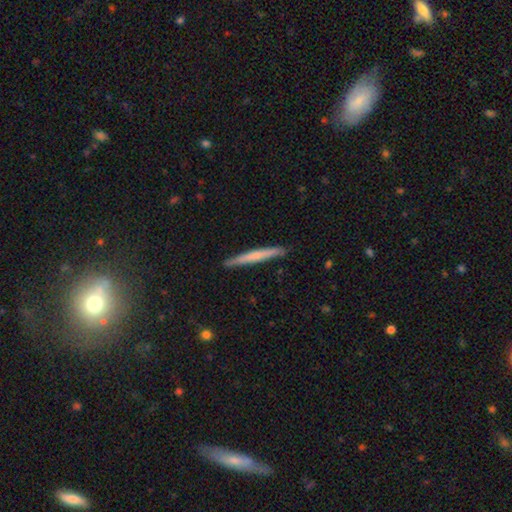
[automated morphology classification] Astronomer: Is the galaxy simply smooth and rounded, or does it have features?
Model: smooth — 54% (runner-up: featured or disk, 41%).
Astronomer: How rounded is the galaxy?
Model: cigar-shaped — 97%.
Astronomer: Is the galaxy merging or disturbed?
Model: none — 89%.